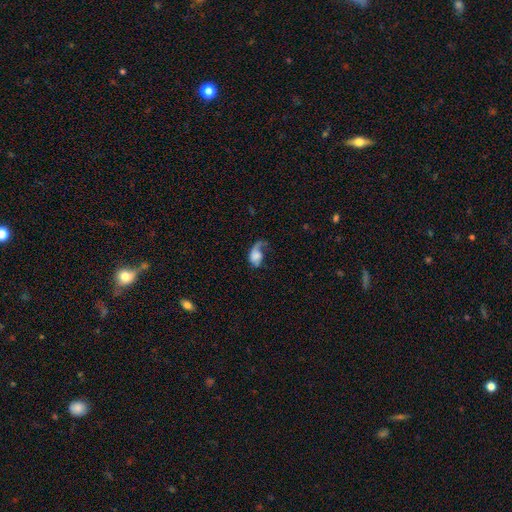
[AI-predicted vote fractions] smooth_or_featured: featured or disk (p=0.50) [alt: smooth p=0.41]
disk_edge_on: no (p=0.96) [alt: yes p=0.04]
merging: major disturbance (p=0.50) [alt: none p=0.26]